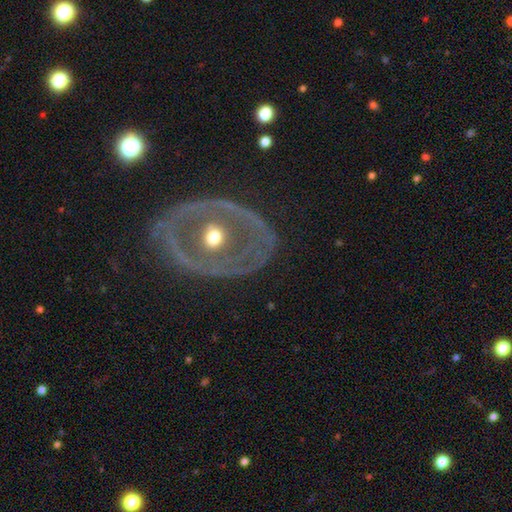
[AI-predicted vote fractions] A featured or disk galaxy (77%) with no bar (77%), no spiral arms (71%) and a moderate central bulge (76%).

Vote fractions:
- Smooth or featured? featured or disk: 77% / smooth: 17% / star or artifact: 7%
- Edge-on disk? no: 92% / yes: 8%
- Bar? no: 77% / weak: 13% / strong: 10%
- Spiral arms? no: 71% / yes: 29%
- Bulge size? moderate: 76% / small: 17% / large: 5% / dominant: 1% / none: 1%
- Merging? none: 75% / minor disturbance: 15% / major disturbance: 8% / merger: 2%